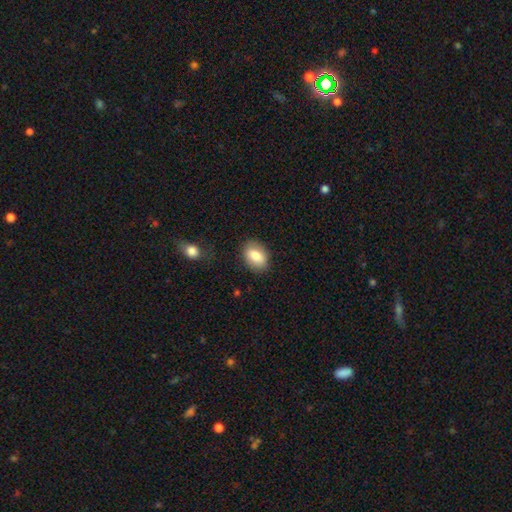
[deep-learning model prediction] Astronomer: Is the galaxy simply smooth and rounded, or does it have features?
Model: smooth — 82%.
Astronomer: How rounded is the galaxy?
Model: in between — 82%.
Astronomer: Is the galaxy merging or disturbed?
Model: none — 83%.